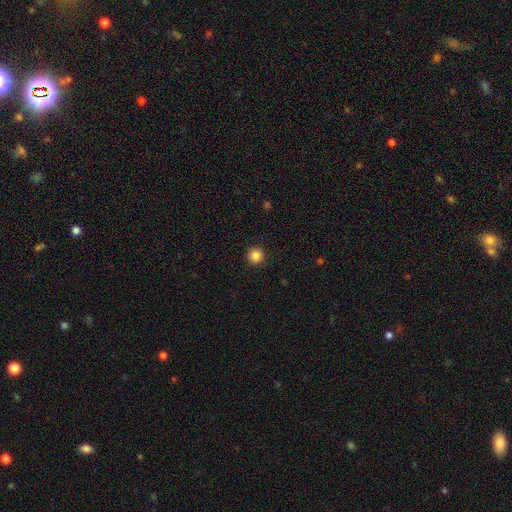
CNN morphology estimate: Q: Smooth or featured?
A: smooth (86%); runner-up: star or artifact (11%)
Q: How rounded?
A: round (95%); runner-up: in between (4%)
Q: Merging?
A: none (93%); runner-up: minor disturbance (5%)